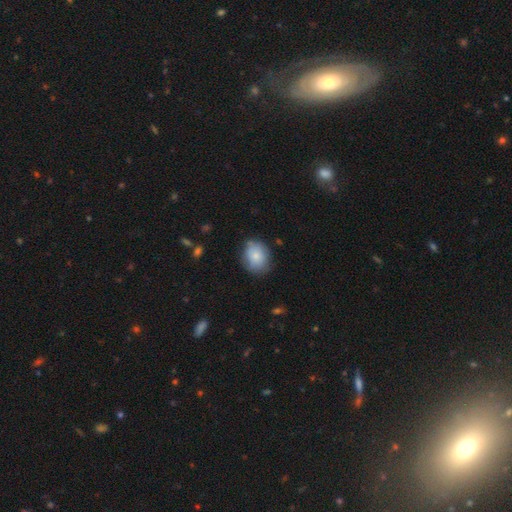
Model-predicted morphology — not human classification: Smooth or featured? Predicted: smooth (p=0.81). How rounded? Predicted: round (p=0.55). Merging? Predicted: none (p=0.72).